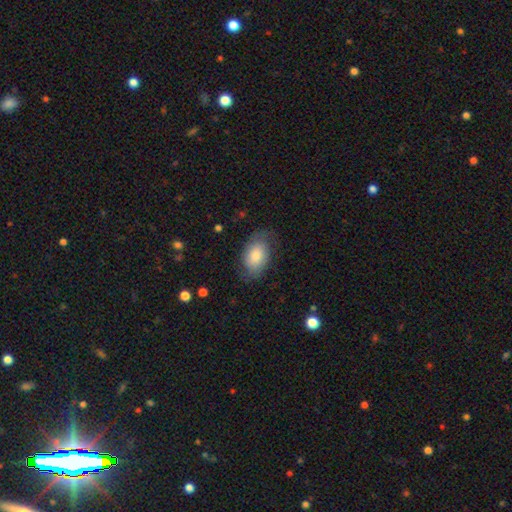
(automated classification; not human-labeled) smooth-or-featured: smooth: 68% | featured or disk: 25% | star or artifact: 7%
  how-rounded: in between: 89% | round: 9% | cigar-shaped: 1%
  merging: none: 65% | minor disturbance: 24% | major disturbance: 10% | merger: 1%